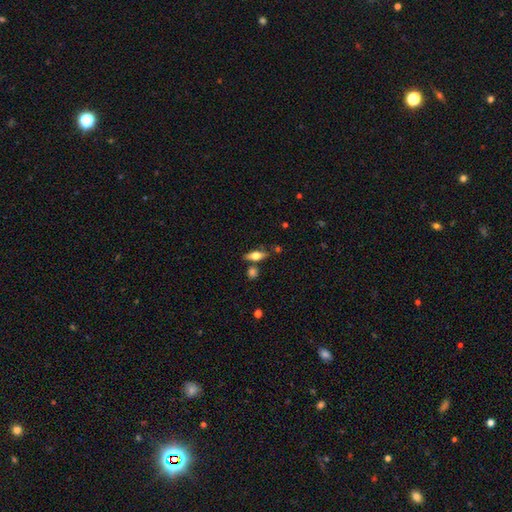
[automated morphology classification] A smooth galaxy with no disk features (56%) that is in between round and cigar-shaped (67%).

Vote fractions:
- Smooth or featured? smooth: 56% / featured or disk: 36% / star or artifact: 7%
- How rounded? in between: 67% / cigar-shaped: 29% / round: 5%
- Merging? none: 75% / minor disturbance: 13% / merger: 9% / major disturbance: 3%